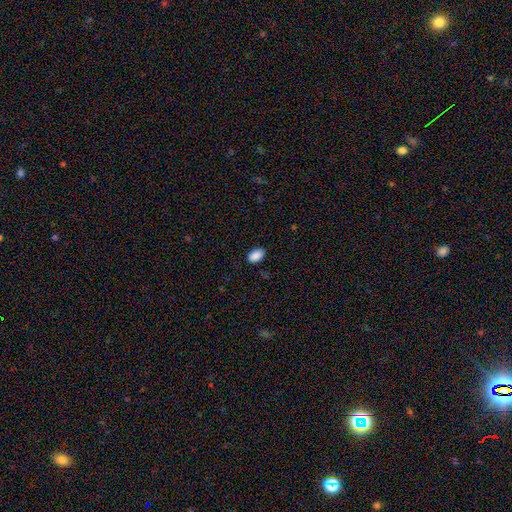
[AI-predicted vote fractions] A smooth galaxy with no disk features (89%) that is in between round and cigar-shaped (92%).

Vote fractions:
- Smooth or featured? smooth: 89% / star or artifact: 8% / featured or disk: 3%
- How rounded? in between: 92% / round: 7% / cigar-shaped: 1%
- Merging? none: 84% / minor disturbance: 13% / major disturbance: 2% / merger: 1%